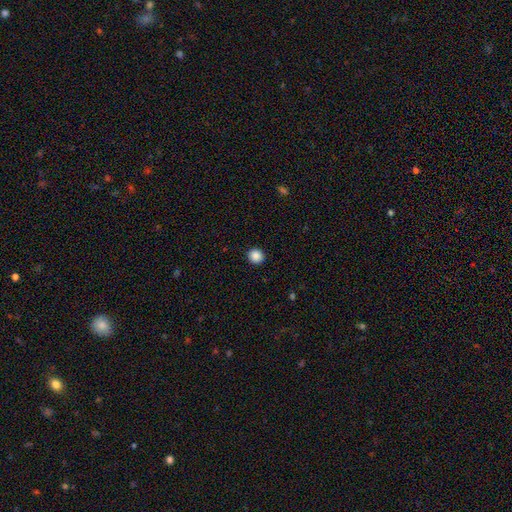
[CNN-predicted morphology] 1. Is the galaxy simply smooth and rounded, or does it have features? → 88% smooth, 10% star or artifact, 3% featured or disk.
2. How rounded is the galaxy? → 92% round, 8% in between, 1% cigar-shaped.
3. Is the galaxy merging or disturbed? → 93% none, 4% minor disturbance, 2% major disturbance, 1% merger.